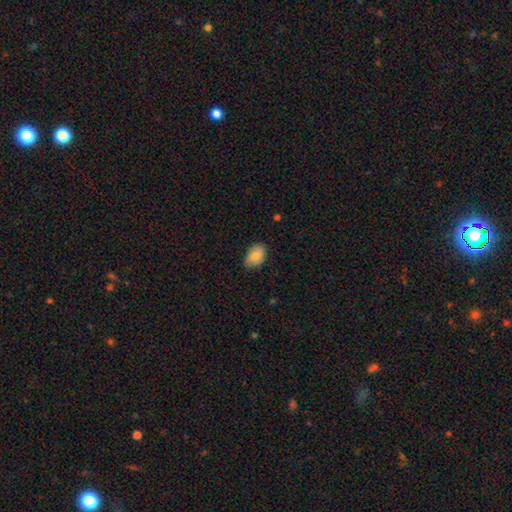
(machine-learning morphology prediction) Smooth or featured: smooth — 82% (featured or disk — 11%)
How rounded: in between — 89% (round — 10%)
Merging: none — 81% (minor disturbance — 16%)